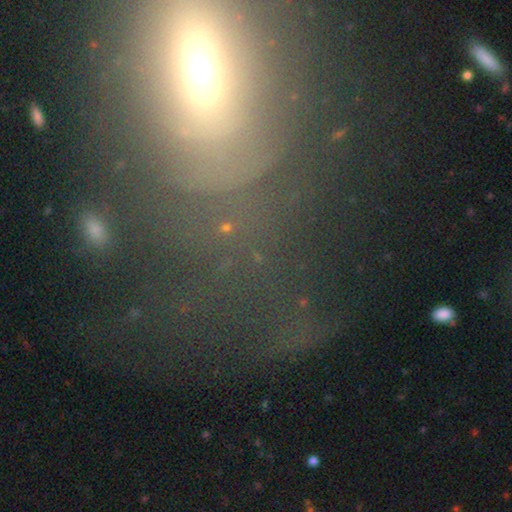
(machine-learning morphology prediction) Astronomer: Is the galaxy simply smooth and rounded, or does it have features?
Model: featured or disk — 36% (runner-up: star or artifact, 35%).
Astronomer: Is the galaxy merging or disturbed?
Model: none — 51% (runner-up: major disturbance, 26%).